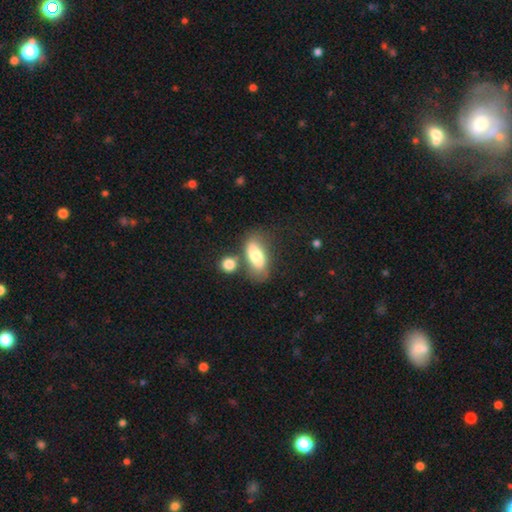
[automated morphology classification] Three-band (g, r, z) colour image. It shows a smooth galaxy with no disk features (71%) that is in between round and cigar-shaped (82%). Merging: none (57%).